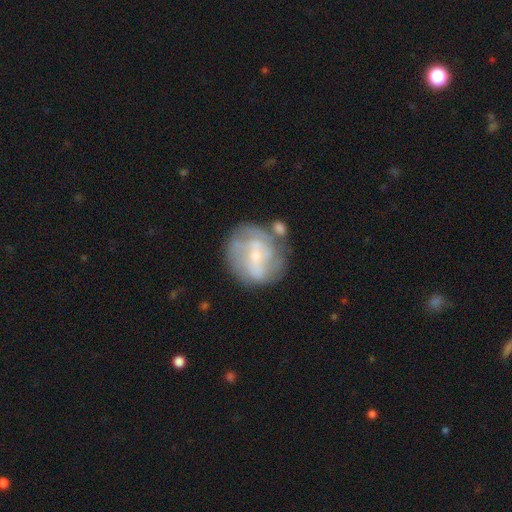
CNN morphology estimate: A featured or disk galaxy (66%) with no bar (46%), spiral arms (70%) and a small central bulge (68%). Merging: none (56%).